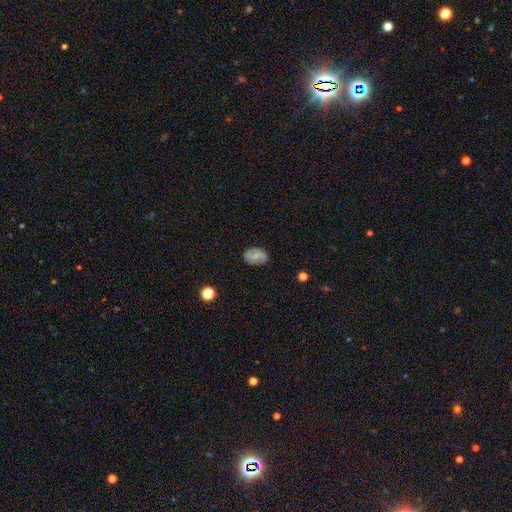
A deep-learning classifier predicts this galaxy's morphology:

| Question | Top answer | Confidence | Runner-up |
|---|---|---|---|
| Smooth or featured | smooth | 56% | featured or disk (35%) |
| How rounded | in between | 77% | round (21%) |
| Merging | none | 78% | minor disturbance (16%) |